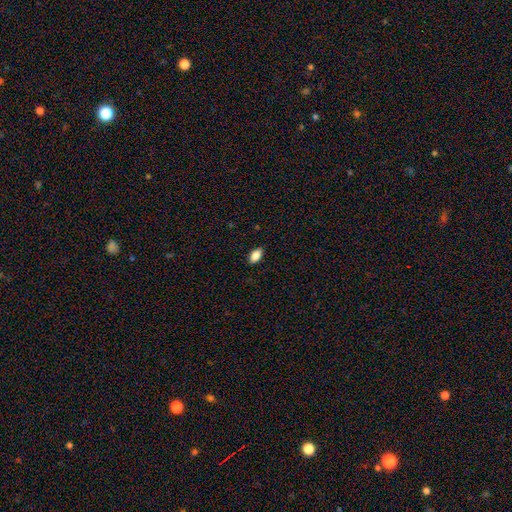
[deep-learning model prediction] This is clearly a smooth galaxy (83%). How rounded: clearly in between (90%). Merging: clearly none (88%).